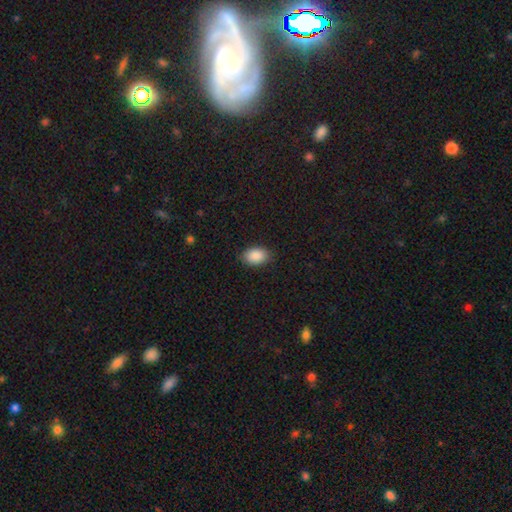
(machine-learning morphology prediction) This is clearly a smooth galaxy (89%). How rounded: clearly in between (85%). Merging: clearly none (87%).